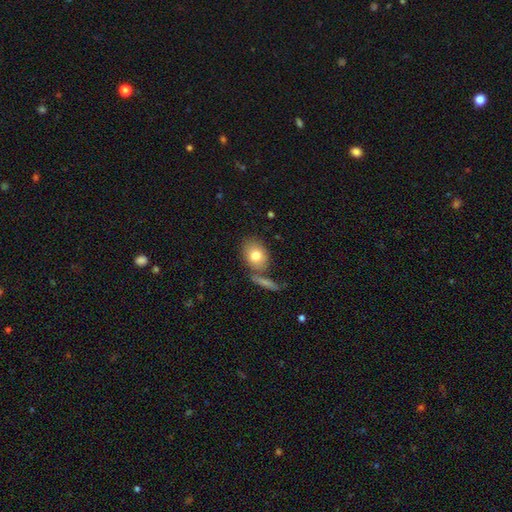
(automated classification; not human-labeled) Overall: smooth (78%). How rounded: in between (69%; round 29%). Merging: none (64%).